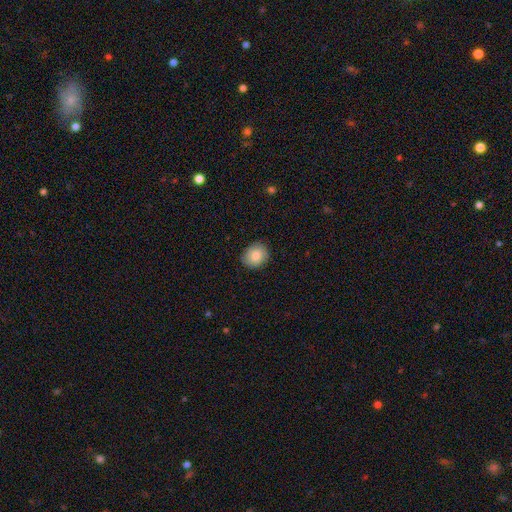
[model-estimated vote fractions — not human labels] This is clearly a smooth galaxy (83%). How rounded: likely round (67%). Merging: clearly none (84%).